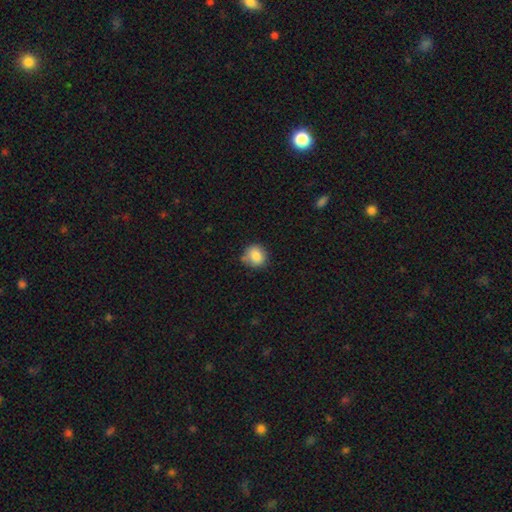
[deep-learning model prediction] Smooth or featured? Predicted: smooth (p=0.84). How rounded? Predicted: round (p=0.82). Merging? Predicted: none (p=0.68).